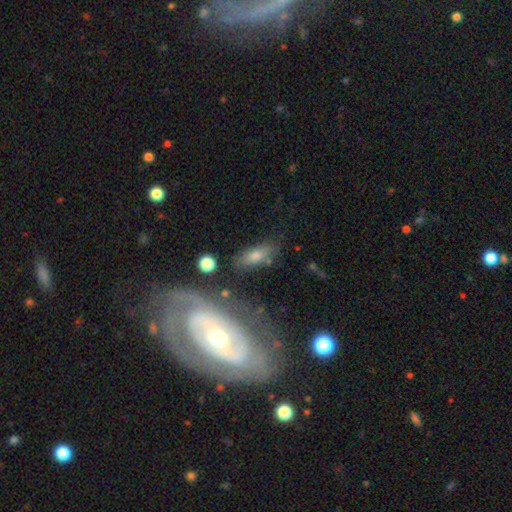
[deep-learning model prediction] Smooth or featured? Predicted: smooth (p=0.57). How rounded? Predicted: in between (p=0.75). Merging? Predicted: none (p=0.67).